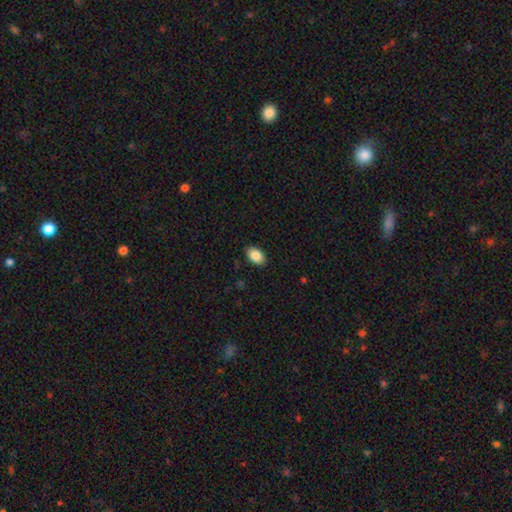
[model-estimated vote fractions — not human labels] This appears to be a smooth galaxy with no disk features (88%) that is in between round and cigar-shaped (90%). Merging: none (89%).